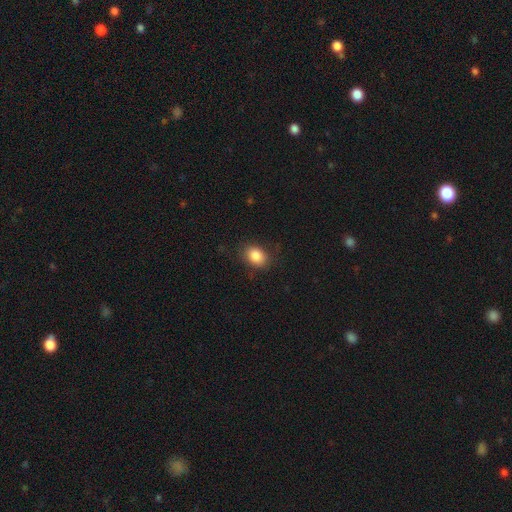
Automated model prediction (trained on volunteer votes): A smooth galaxy with no disk features (86%) that is in between round and cigar-shaped (66%).

Vote fractions:
- Smooth or featured? smooth: 86% / star or artifact: 9% / featured or disk: 5%
- How rounded? in between: 66% / round: 33% / cigar-shaped: 1%
- Merging? none: 82% / minor disturbance: 13% / major disturbance: 4% / merger: 1%